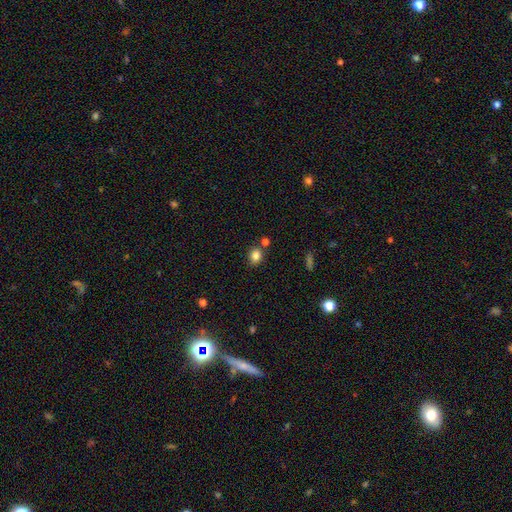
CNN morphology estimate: smooth 82%, star or artifact 11%, featured or disk 7%. Down the decision tree: how rounded — round (53%); merging — none (75%).